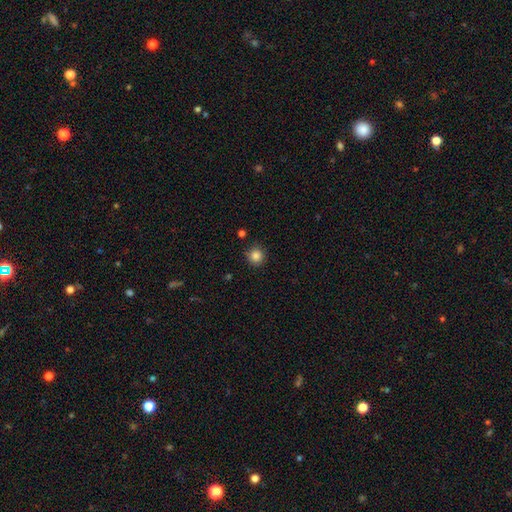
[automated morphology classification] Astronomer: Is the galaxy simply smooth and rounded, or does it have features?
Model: smooth — 85%.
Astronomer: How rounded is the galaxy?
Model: round — 94%.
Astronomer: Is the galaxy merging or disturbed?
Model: none — 88%.